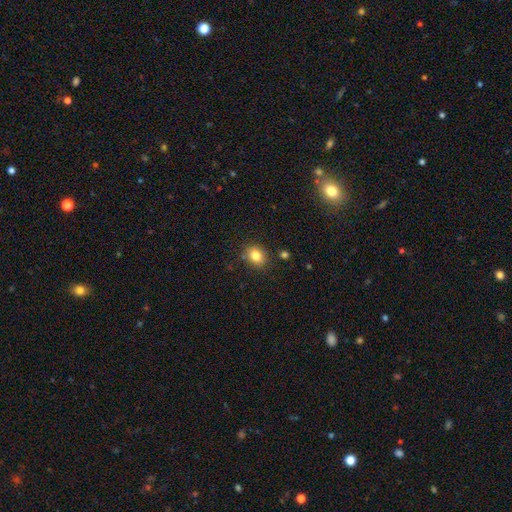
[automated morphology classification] Q: Smooth or featured?
A: smooth (83%); runner-up: star or artifact (11%)
Q: How rounded?
A: round (58%); runner-up: in between (41%)
Q: Merging?
A: none (83%); runner-up: minor disturbance (11%)